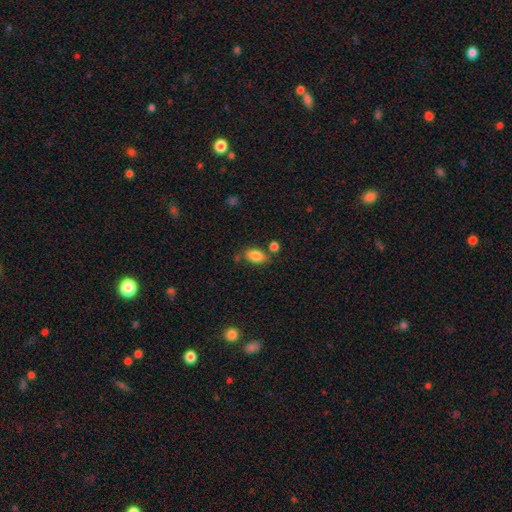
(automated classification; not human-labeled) Smooth or featured: smooth — 85% (star or artifact — 8%)
How rounded: in between — 88% (round — 9%)
Merging: none — 68% (minor disturbance — 16%)